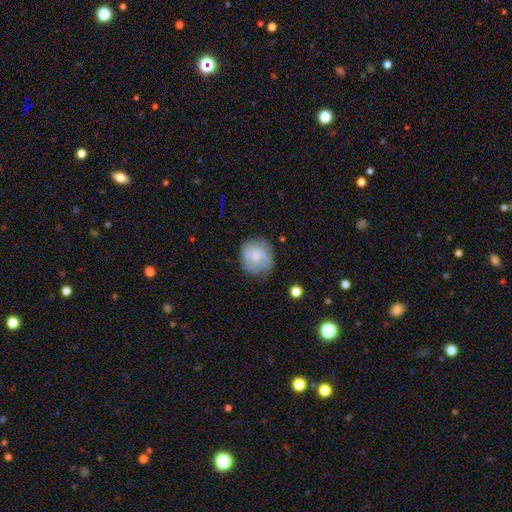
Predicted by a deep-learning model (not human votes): Smooth or featured?
  - featured or disk: 62% *
  - smooth: 30%
  - star or artifact: 7%
Edge-on disk?
  - no: 98% *
  - yes: 2%
Bar?
  - no: 51% *
  - weak: 43%
  - strong: 6%
Spiral arms?
  - yes: 89% *
  - no: 11%
Spiral winding?
  - tight: 49% *
  - medium: 39%
  - loose: 12%
Spiral arm count?
  - 2: 42% *
  - can't tell: 27%
  - 3: 19%
  - 1: 5%
  - 4: 4%
  - more than 4: 3%
Bulge size?
  - small: 47% *
  - moderate: 28%
  - none: 21%
  - large: 3%
  - dominant: 1%
Merging?
  - none: 74% *
  - minor disturbance: 18%
  - major disturbance: 7%
  - merger: 2%